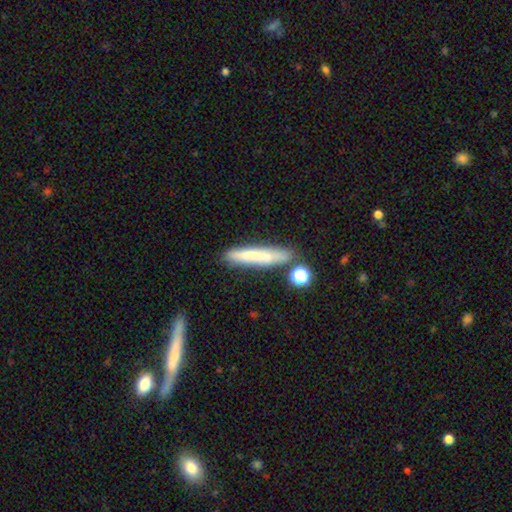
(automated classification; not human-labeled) smooth-or-featured: smooth: 68% | featured or disk: 24% | star or artifact: 8%
  how-rounded: cigar-shaped: 91% | in between: 7% | round: 2%
  merging: none: 75% | minor disturbance: 14% | merger: 8% | major disturbance: 3%